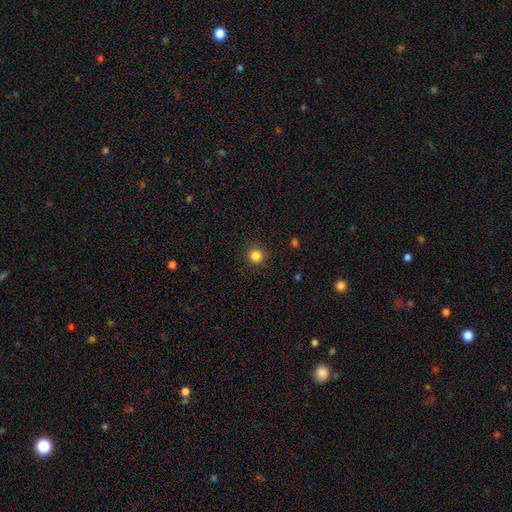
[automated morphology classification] This appears to be a smooth galaxy with no disk features (84%) that is round (94%). Merging: none (90%).